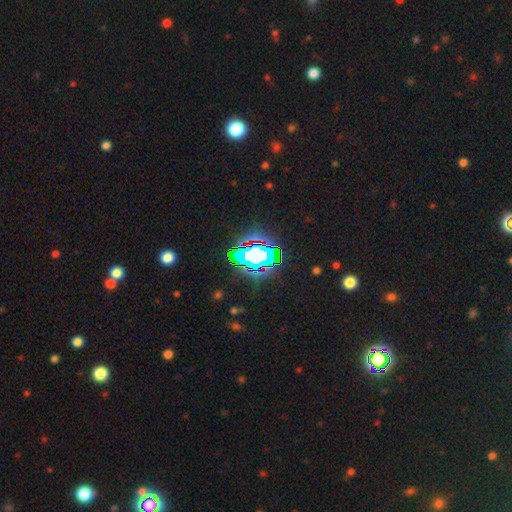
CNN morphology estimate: smooth-or-featured: star or artifact: 62% | featured or disk: 19% | smooth: 19%